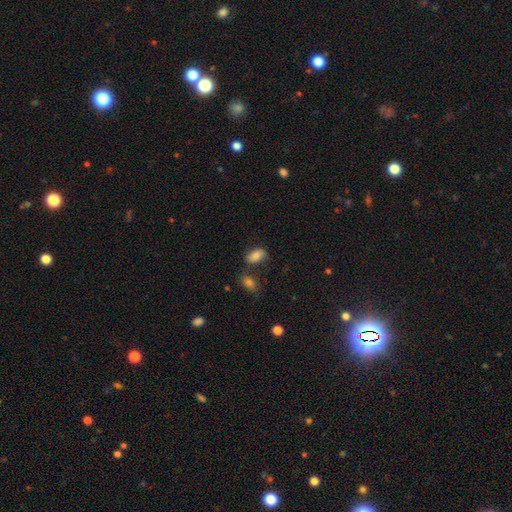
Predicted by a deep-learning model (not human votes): Q: Smooth or featured?
A: smooth (75%); runner-up: featured or disk (16%)
Q: How rounded?
A: in between (90%); runner-up: round (7%)
Q: Merging?
A: none (63%); runner-up: minor disturbance (19%)